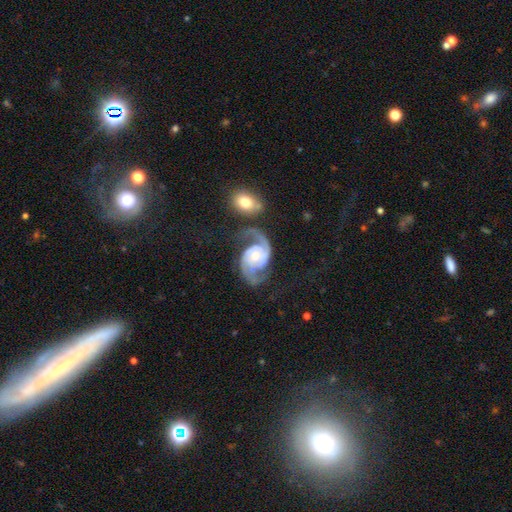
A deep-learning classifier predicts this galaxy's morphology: type=featured or disk (91%); edge-on=no (98%); bar=no (63%); spiral arms=yes (98%); winding=medium (51%); arm count=2 (91%); bulge=moderate (54%); merging=none (53%).